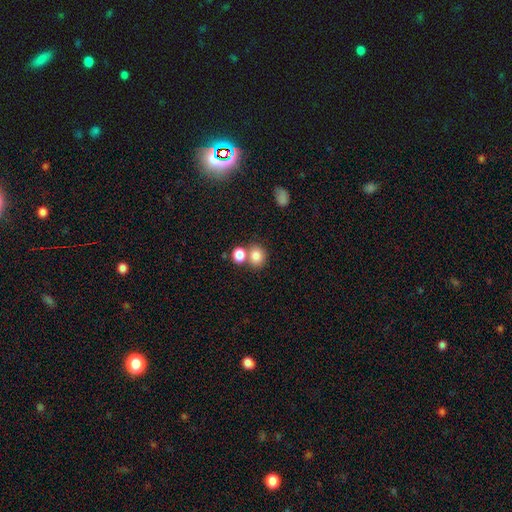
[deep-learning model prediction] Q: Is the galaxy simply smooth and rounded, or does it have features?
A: smooth — 81%.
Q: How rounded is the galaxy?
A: round — 69%.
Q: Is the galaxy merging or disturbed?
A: none — 52%.